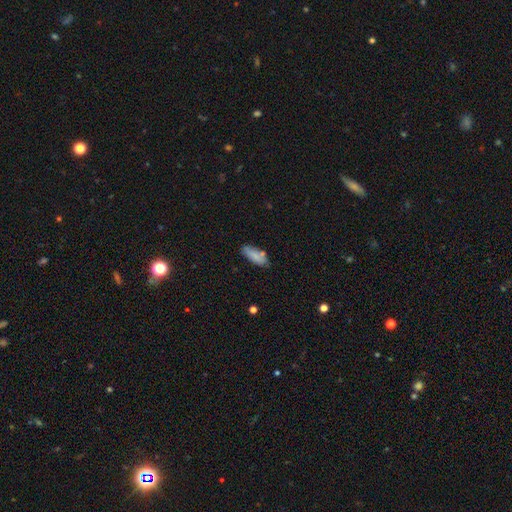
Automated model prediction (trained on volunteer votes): Smooth or featured?
  - smooth: 82% *
  - featured or disk: 10%
  - star or artifact: 7%
How rounded?
  - in between: 69% *
  - cigar-shaped: 29%
  - round: 2%
Merging?
  - none: 73% *
  - minor disturbance: 18%
  - merger: 6%
  - major disturbance: 4%